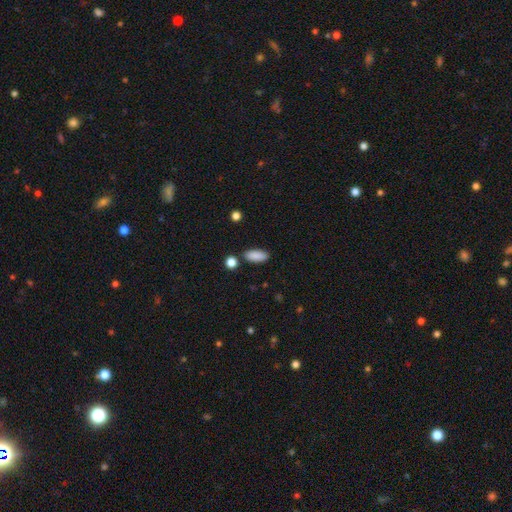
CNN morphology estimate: Smooth or featured? smooth (89%)
How rounded? in between (82%)
Merging? none (84%)